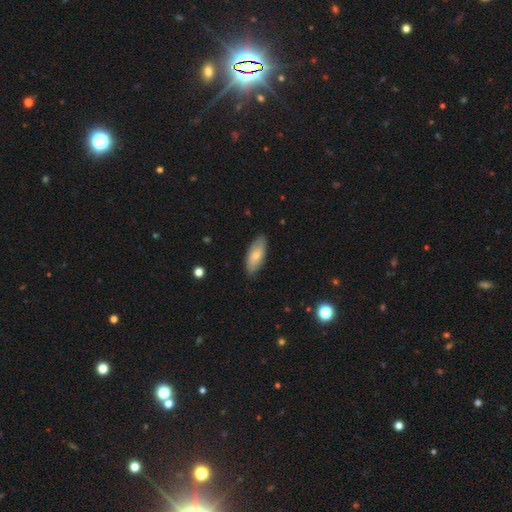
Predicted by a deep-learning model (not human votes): Smooth or featured? Predicted: smooth (p=0.65). How rounded? Predicted: in between (p=0.83). Merging? Predicted: none (p=0.82).